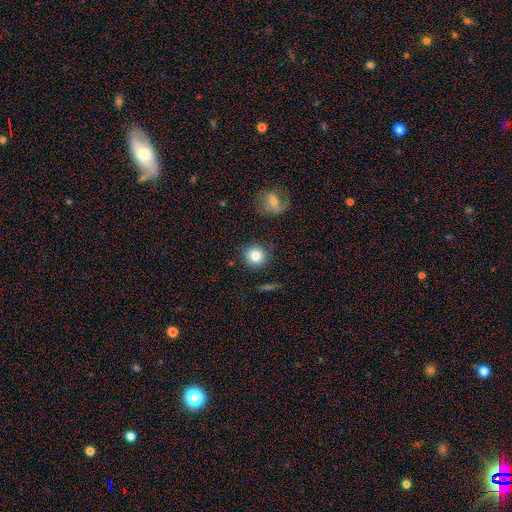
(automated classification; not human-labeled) Smooth or featured?
  - smooth: 82% *
  - star or artifact: 10%
  - featured or disk: 8%
How rounded?
  - round: 90% *
  - in between: 9%
  - cigar-shaped: 1%
Merging?
  - none: 86% *
  - minor disturbance: 9%
  - merger: 3%
  - major disturbance: 3%